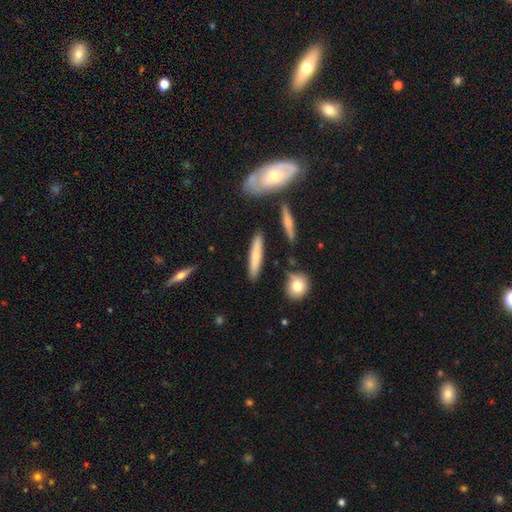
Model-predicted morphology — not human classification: smooth-or-featured: smooth: 67% | featured or disk: 26% | star or artifact: 7%
  how-rounded: cigar-shaped: 86% | in between: 12% | round: 2%
  merging: none: 86% | minor disturbance: 9% | merger: 3% | major disturbance: 2%